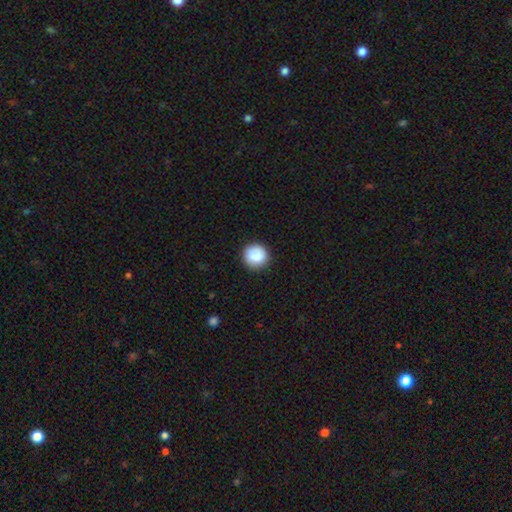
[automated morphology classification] This appears to be a smooth galaxy with no disk features (83%) that is round (91%). Merging: none (83%).